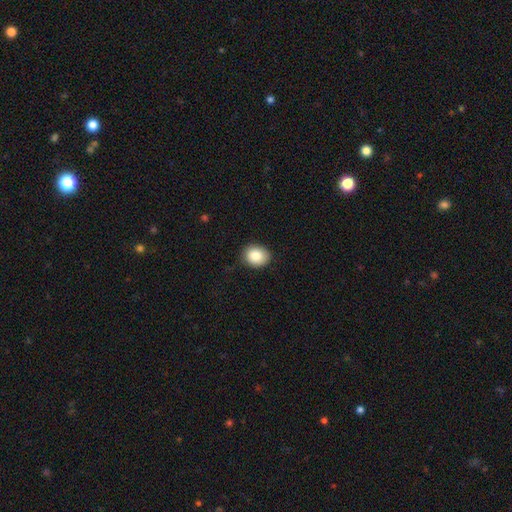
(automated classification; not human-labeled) This is clearly a smooth galaxy (85%). How rounded: likely round (64%). Merging: clearly none (87%).